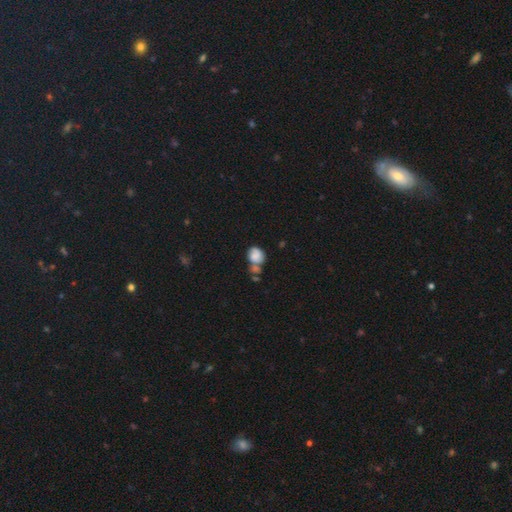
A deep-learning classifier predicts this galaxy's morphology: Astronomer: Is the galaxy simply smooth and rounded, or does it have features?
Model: smooth — 73%.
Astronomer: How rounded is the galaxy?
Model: round — 58% (runner-up: in between, 41%).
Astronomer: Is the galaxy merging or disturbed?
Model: merger — 42% (runner-up: none, 31%).